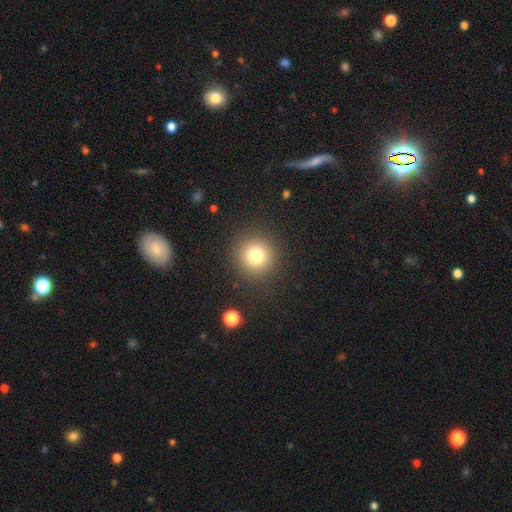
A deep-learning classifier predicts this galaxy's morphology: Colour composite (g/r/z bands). It shows a smooth galaxy with no disk features (77%) that is round (94%). Merging: none (90%).